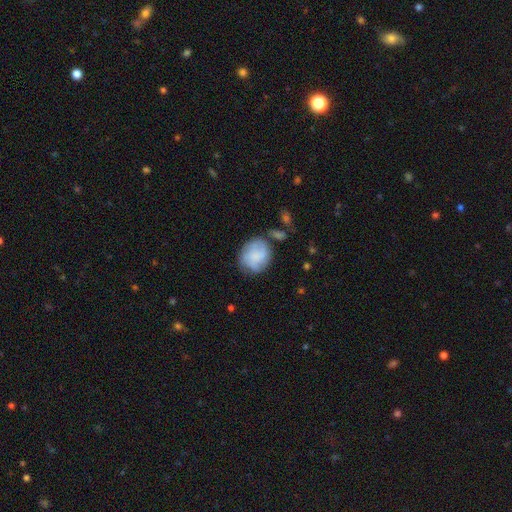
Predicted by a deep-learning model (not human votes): smooth_or_featured: smooth (p=0.53) [alt: featured or disk p=0.39]
how_rounded: round (p=0.72) [alt: in between p=0.27]
merging: none (p=0.64) [alt: minor disturbance p=0.21]